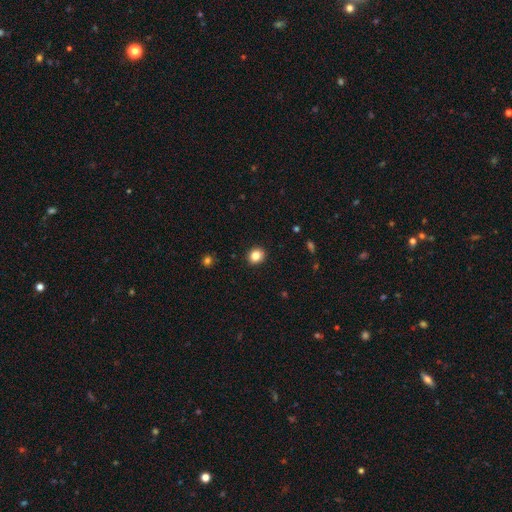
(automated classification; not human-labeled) smooth 84%, star or artifact 10%, featured or disk 5%. Down the decision tree: how rounded — round (74%); merging — none (91%).